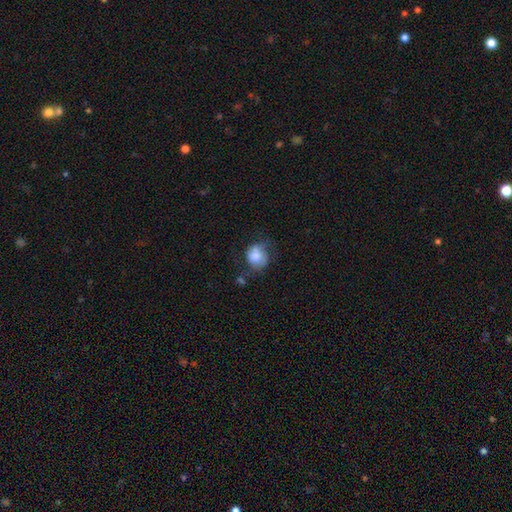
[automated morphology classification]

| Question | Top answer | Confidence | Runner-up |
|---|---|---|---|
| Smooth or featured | smooth | 75% | featured or disk (17%) |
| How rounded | round | 70% | in between (29%) |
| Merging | none | 45% | minor disturbance (31%) |